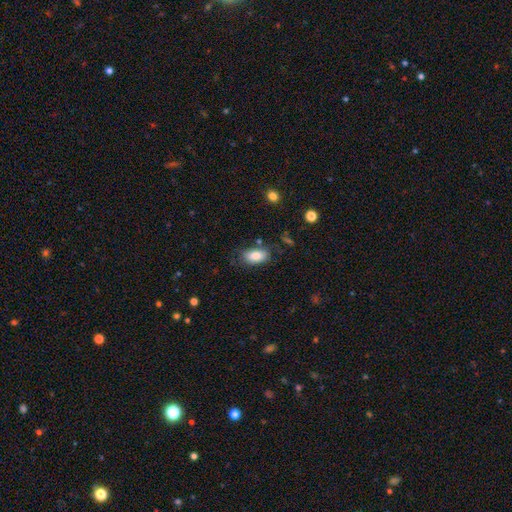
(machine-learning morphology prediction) This appears to be a smooth galaxy with no disk features (83%) that is in between round and cigar-shaped (92%). Merging: none (73%).